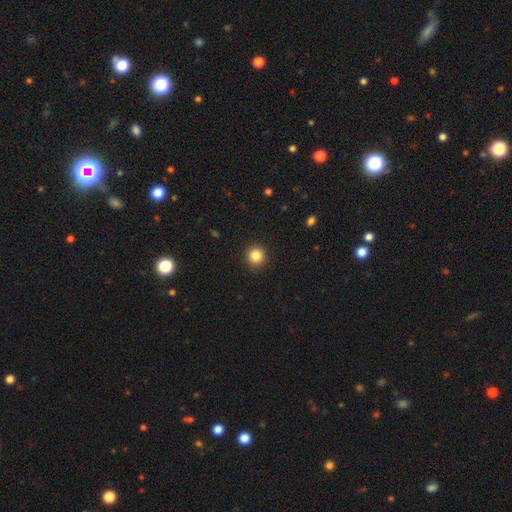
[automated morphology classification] Smooth or featured? Predicted: smooth (p=0.84). How rounded? Predicted: round (p=0.93). Merging? Predicted: none (p=0.90).